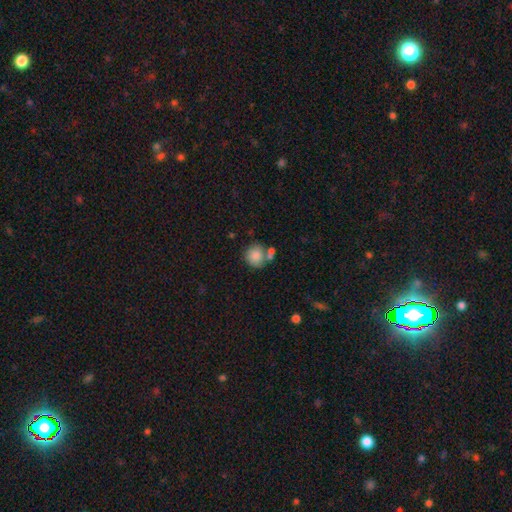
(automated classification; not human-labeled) This is clearly a smooth galaxy (83%). How rounded: clearly round (85%). Merging: possibly none (55%).